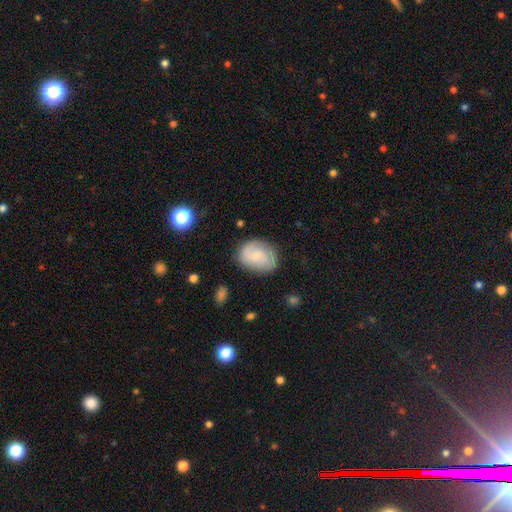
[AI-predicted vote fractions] smooth-or-featured: featured or disk: 48% | smooth: 45% | star or artifact: 7%
  merging: none: 75% | minor disturbance: 18% | major disturbance: 6% | merger: 2%